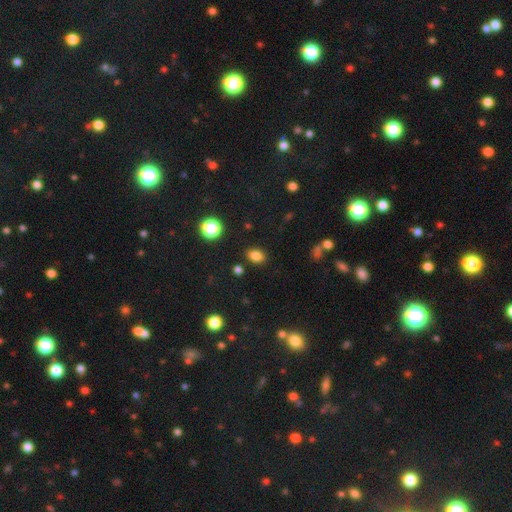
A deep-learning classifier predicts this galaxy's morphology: A smooth galaxy with no disk features (83%) that is in between round and cigar-shaped (73%).

Vote fractions:
- Smooth or featured? smooth: 83% / star or artifact: 13% / featured or disk: 5%
- How rounded? in between: 73% / round: 26% / cigar-shaped: 1%
- Merging? none: 86% / minor disturbance: 9% / major disturbance: 3% / merger: 2%